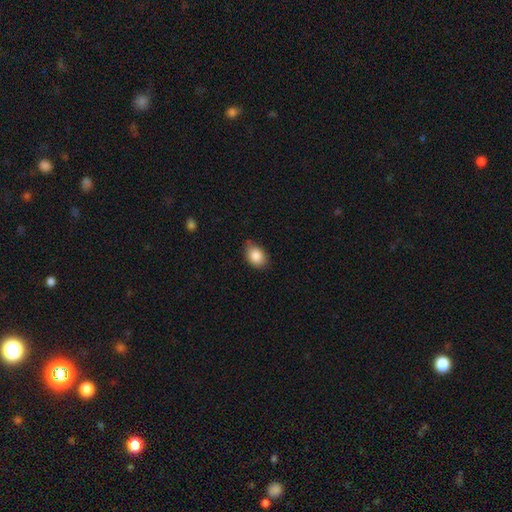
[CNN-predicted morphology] type=smooth (86%); roundness=in between (78%); merging=none (70%).